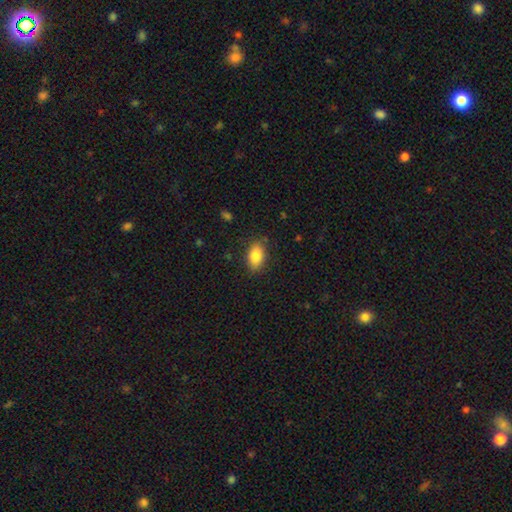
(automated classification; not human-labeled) smooth-or-featured: smooth: 85% | featured or disk: 8% | star or artifact: 7%
  how-rounded: in between: 89% | round: 8% | cigar-shaped: 3%
  merging: none: 82% | minor disturbance: 14% | major disturbance: 3% | merger: 1%